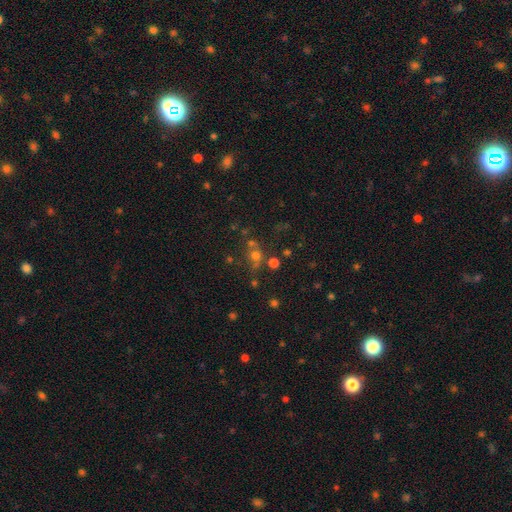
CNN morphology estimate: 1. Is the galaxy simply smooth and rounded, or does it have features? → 57% smooth, 28% star or artifact, 14% featured or disk.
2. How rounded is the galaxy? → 83% round, 15% in between, 1% cigar-shaped.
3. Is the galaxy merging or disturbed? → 55% none, 26% merger, 12% minor disturbance, 8% major disturbance.